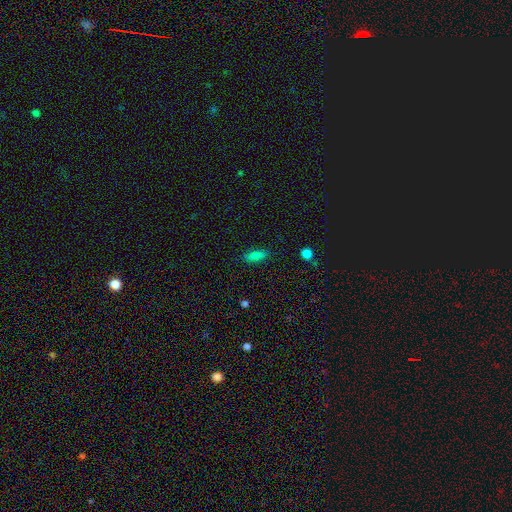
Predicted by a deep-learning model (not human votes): Smooth or featured: smooth — 82% (star or artifact — 10%)
How rounded: in between — 61% (cigar-shaped — 36%)
Merging: none — 86% (minor disturbance — 10%)